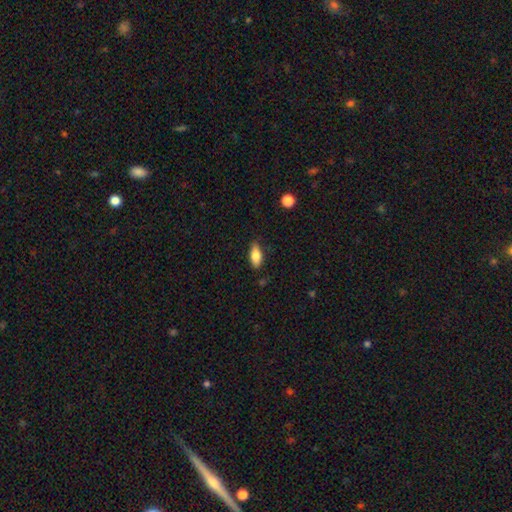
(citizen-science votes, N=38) Smooth or featured?
  - smooth: 82% *
  - featured or disk: 11%
  - star or artifact: 8%
How rounded?
  - in between: 77% *
  - cigar-shaped: 19%
  - round: 3%
Merging?
  - none: 77% *
  - minor disturbance: 14%
  - major disturbance: 9%
  - merger: 0%